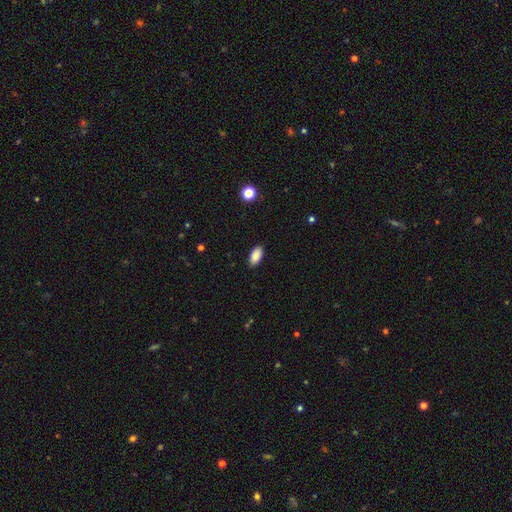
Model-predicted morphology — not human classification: The model was most divided on "merging": none: 89%, minor disturbance: 8%, major disturbance: 2%, merger: 1%. More confident: how rounded — in between (93%); smooth or featured — smooth (89%).